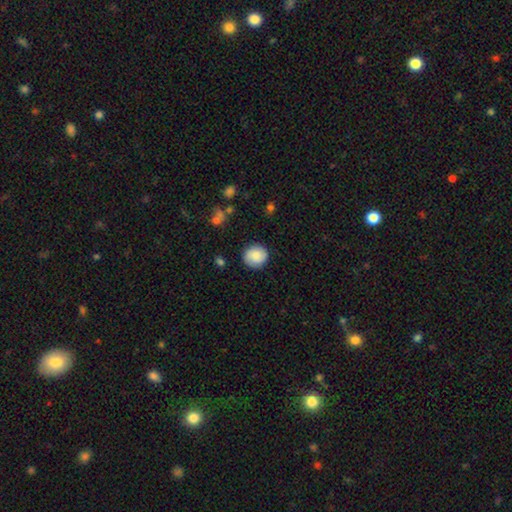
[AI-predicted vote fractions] Overall: smooth (79%). How rounded: round (86%). Merging: none (87%).